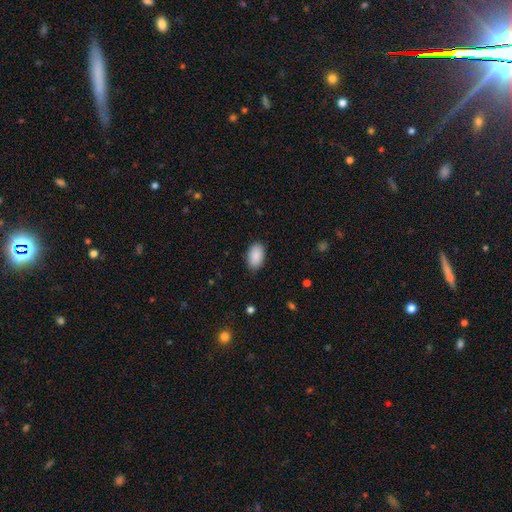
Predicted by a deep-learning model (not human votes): A smooth galaxy with no disk features (91%) that is in between round and cigar-shaped (94%).

Vote fractions:
- Smooth or featured? smooth: 91% / star or artifact: 6% / featured or disk: 3%
- How rounded? in between: 94% / round: 5% / cigar-shaped: 1%
- Merging? none: 86% / minor disturbance: 10% / major disturbance: 2% / merger: 1%